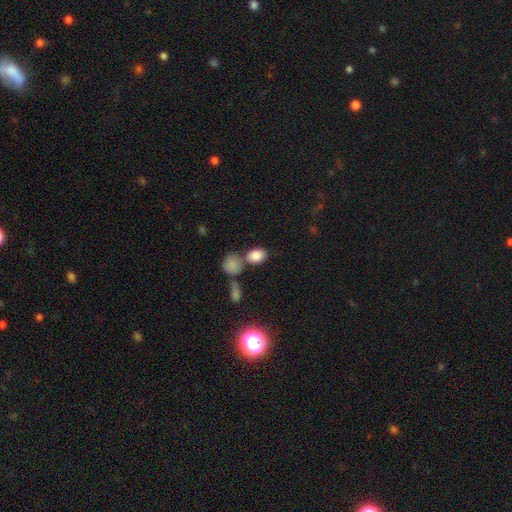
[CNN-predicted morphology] The model was most divided on "merging": none: 56%, merger: 27%, minor disturbance: 12%, major disturbance: 5%. More confident: smooth or featured — smooth (84%); how rounded — in between (71%).